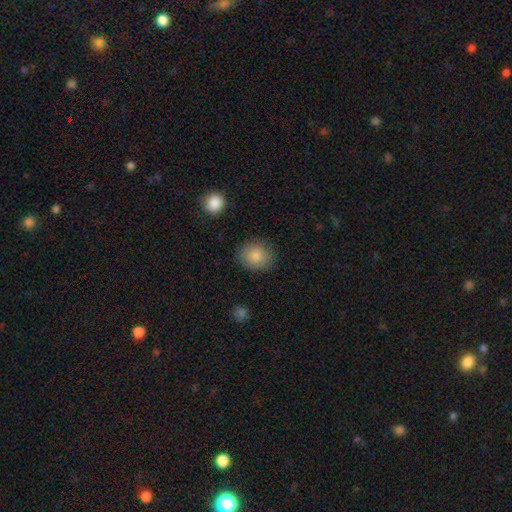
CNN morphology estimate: The model was most divided on "how rounded": round: 66%, in between: 34%, cigar-shaped: 1%. More confident: smooth or featured — smooth (86%); merging — none (85%).